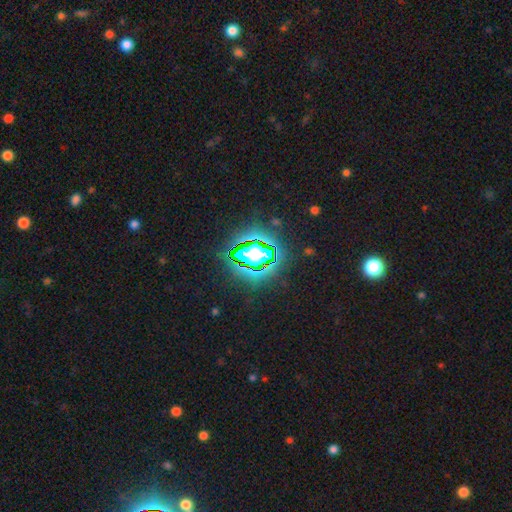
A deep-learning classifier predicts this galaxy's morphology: type=star or artifact (82%).